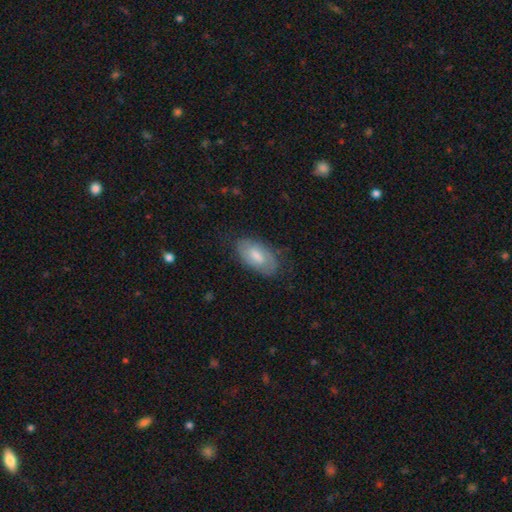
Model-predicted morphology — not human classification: Smooth or featured: smooth — 50% (featured or disk — 43%)
Merging: none — 74% (minor disturbance — 20%)